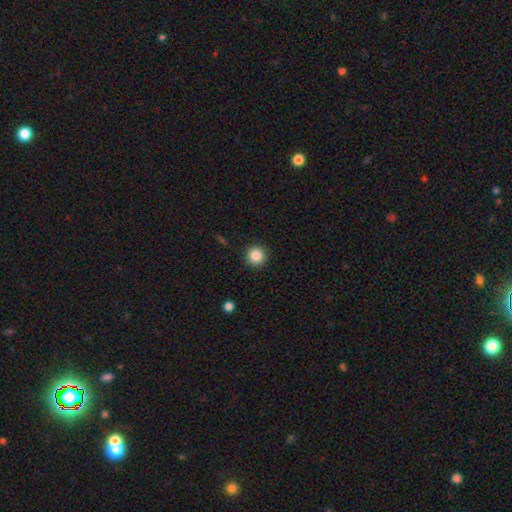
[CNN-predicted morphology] A smooth galaxy with no disk features (85%) that is round (96%).

Vote fractions:
- Smooth or featured? smooth: 85% / star or artifact: 10% / featured or disk: 5%
- How rounded? round: 96% / in between: 4% / cigar-shaped: 1%
- Merging? none: 92% / minor disturbance: 5% / major disturbance: 2% / merger: 1%